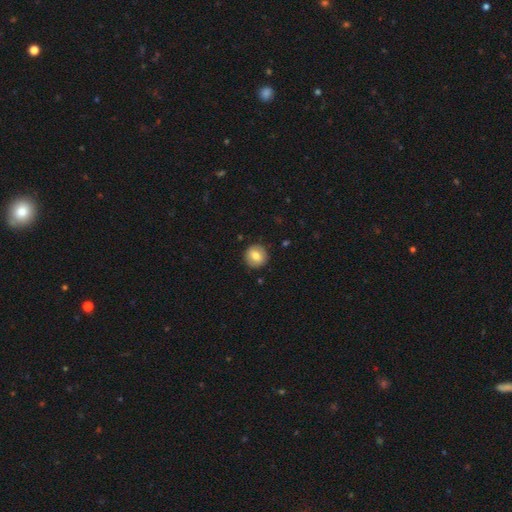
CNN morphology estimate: smooth-or-featured: smooth: 77% | featured or disk: 15% | star or artifact: 8%
  how-rounded: round: 92% | in between: 7% | cigar-shaped: 1%
  merging: none: 89% | minor disturbance: 8% | major disturbance: 2% | merger: 1%